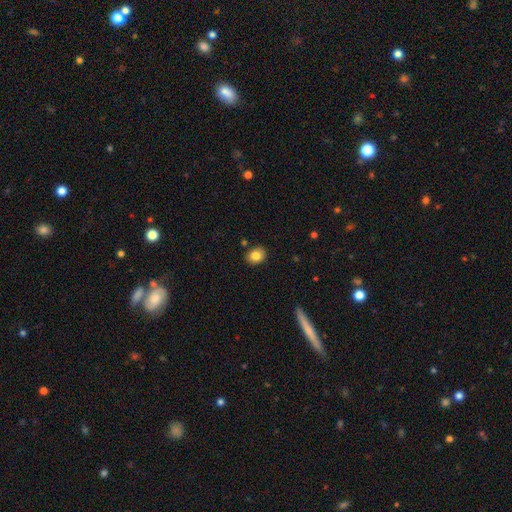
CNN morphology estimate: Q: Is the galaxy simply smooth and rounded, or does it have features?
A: smooth — 83%.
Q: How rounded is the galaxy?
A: round — 53%.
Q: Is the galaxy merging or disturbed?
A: none — 86%.